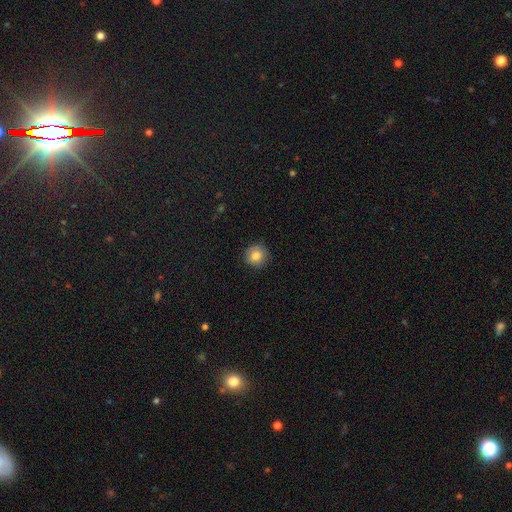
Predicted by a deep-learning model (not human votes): Morphology: type=smooth (81%); roundness=round (92%); merging=none (88%).